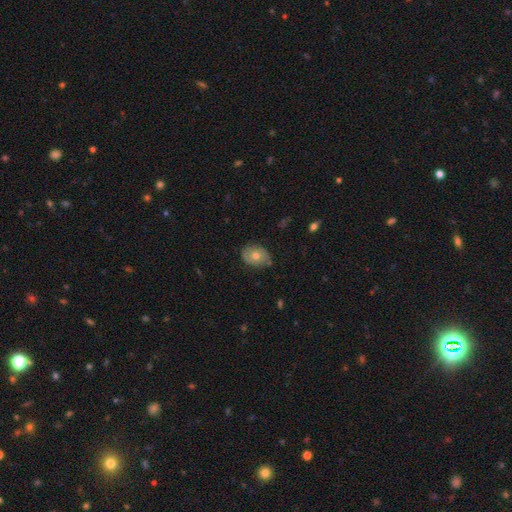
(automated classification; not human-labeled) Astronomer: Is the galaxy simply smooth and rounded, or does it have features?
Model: smooth — 50% (runner-up: featured or disk, 41%).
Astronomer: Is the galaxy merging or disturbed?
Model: none — 75%.